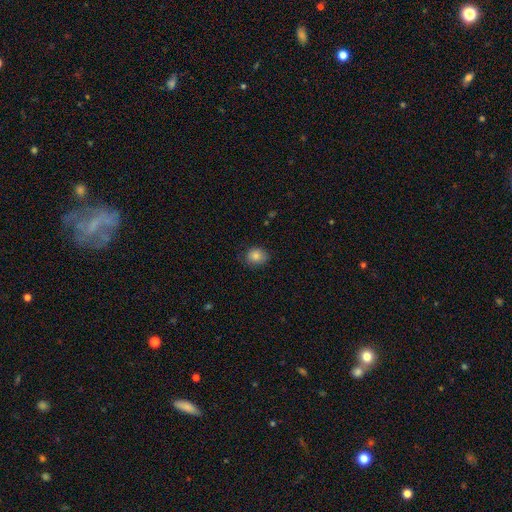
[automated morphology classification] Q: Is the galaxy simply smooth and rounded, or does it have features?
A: smooth — 82%.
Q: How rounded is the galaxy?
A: round — 60%.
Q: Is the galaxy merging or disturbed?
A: none — 75%.